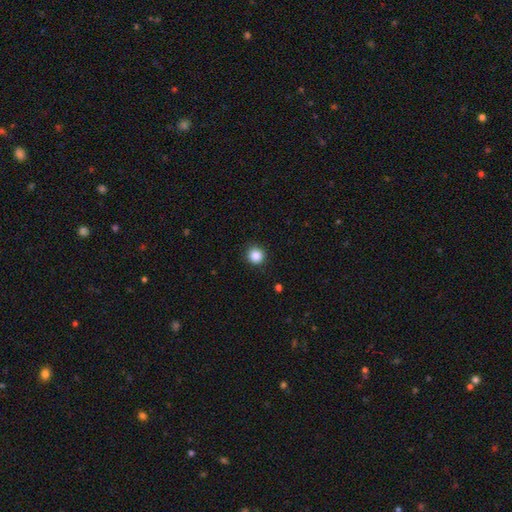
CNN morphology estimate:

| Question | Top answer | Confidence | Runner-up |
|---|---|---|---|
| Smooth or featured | smooth | 87% | star or artifact (10%) |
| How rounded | round | 94% | in between (5%) |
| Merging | none | 91% | minor disturbance (6%) |